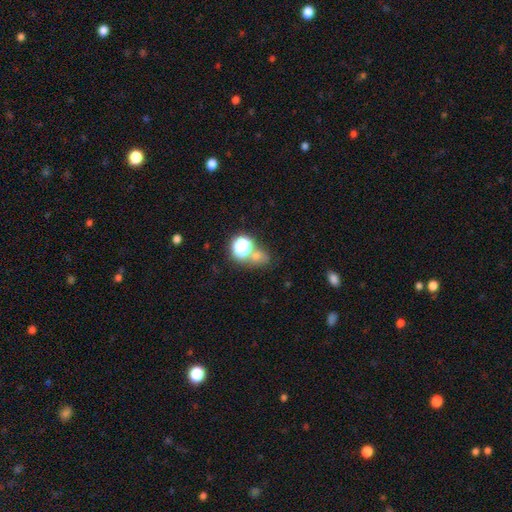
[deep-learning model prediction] smooth-or-featured: star or artifact: 46% | smooth: 44% | featured or disk: 10%